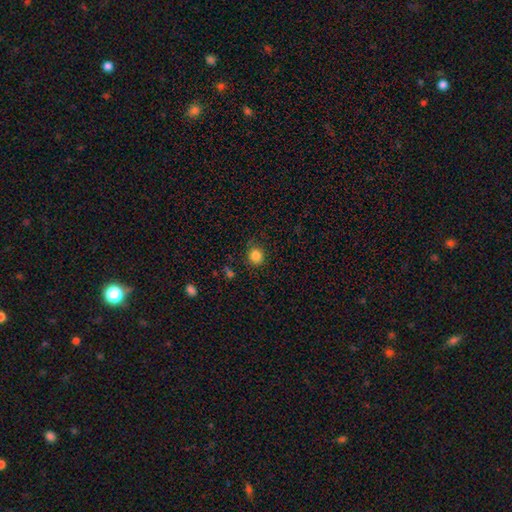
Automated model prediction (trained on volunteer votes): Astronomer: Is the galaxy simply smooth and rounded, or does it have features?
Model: smooth — 84%.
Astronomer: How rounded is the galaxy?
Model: round — 78%.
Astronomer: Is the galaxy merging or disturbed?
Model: none — 83%.